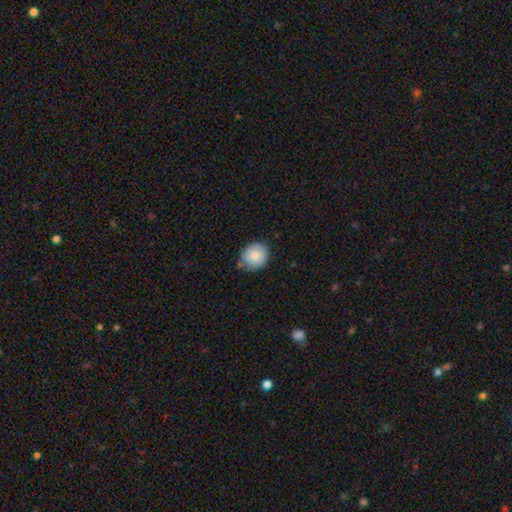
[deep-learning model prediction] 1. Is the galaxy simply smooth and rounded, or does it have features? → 79% smooth, 13% featured or disk, 8% star or artifact.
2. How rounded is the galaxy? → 78% round, 21% in between, 1% cigar-shaped.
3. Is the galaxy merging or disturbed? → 75% none, 19% minor disturbance, 4% merger, 3% major disturbance.